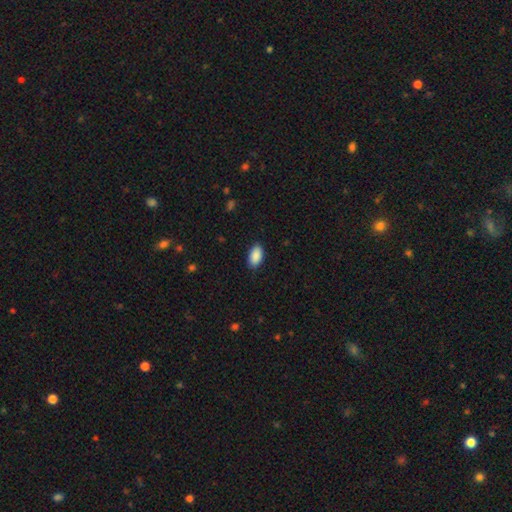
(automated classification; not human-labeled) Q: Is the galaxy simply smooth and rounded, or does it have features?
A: smooth — 91%.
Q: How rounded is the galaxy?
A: in between — 95%.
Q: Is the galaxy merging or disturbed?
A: none — 88%.